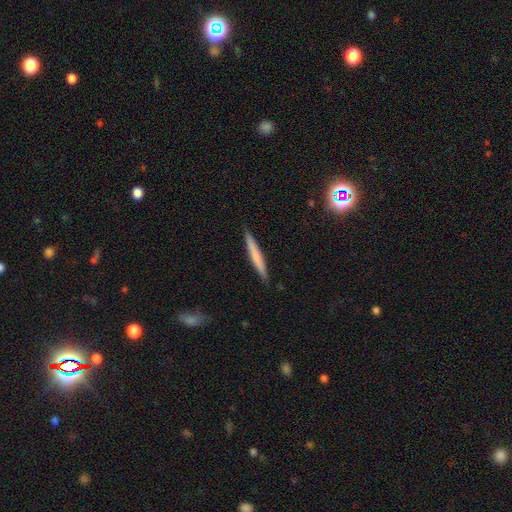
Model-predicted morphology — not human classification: Smooth or featured? Predicted: smooth (p=0.63). How rounded? Predicted: cigar-shaped (p=0.96). Merging? Predicted: none (p=0.91).